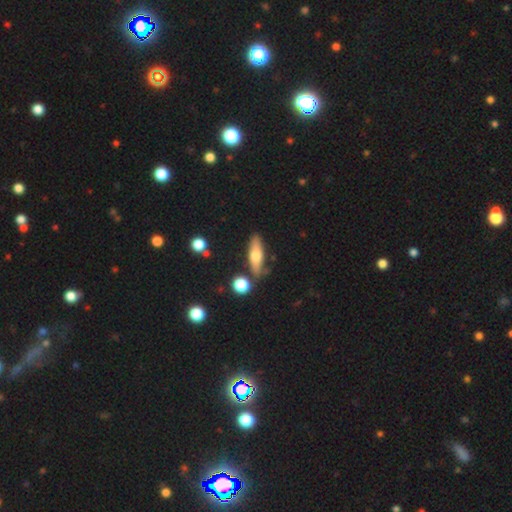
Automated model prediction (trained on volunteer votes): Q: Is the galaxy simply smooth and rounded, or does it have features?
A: smooth — 57%.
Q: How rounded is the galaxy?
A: cigar-shaped — 52%.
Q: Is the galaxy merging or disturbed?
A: none — 75%.